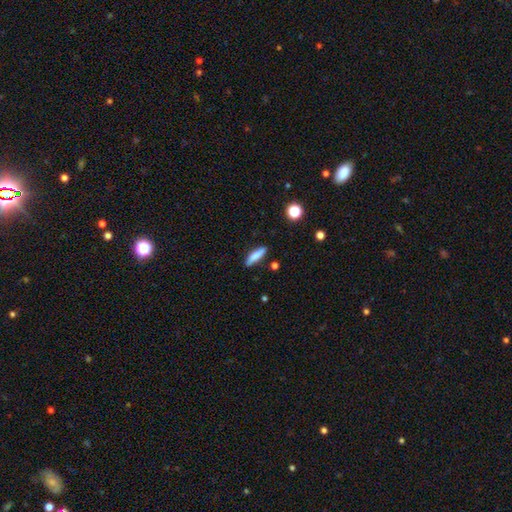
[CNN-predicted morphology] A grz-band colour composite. It shows a smooth galaxy with no disk features (77%) that is cigar-shaped (74%). Merging: none (84%).